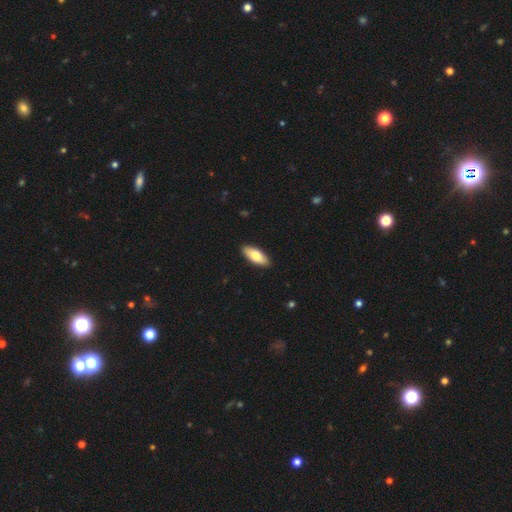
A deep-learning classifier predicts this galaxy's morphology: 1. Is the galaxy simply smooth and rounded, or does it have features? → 77% smooth, 18% featured or disk, 5% star or artifact.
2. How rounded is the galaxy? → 79% in between, 19% cigar-shaped, 2% round.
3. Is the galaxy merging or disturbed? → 90% none, 7% minor disturbance, 1% major disturbance, 1% merger.